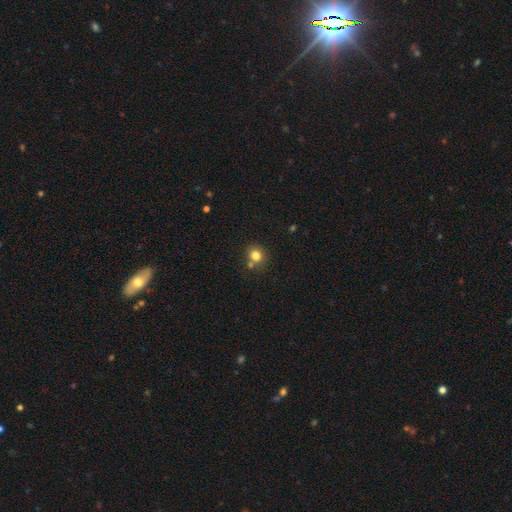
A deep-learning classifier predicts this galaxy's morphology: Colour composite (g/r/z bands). It shows a smooth galaxy with no disk features (80%) that is round (81%). Merging: none (66%).